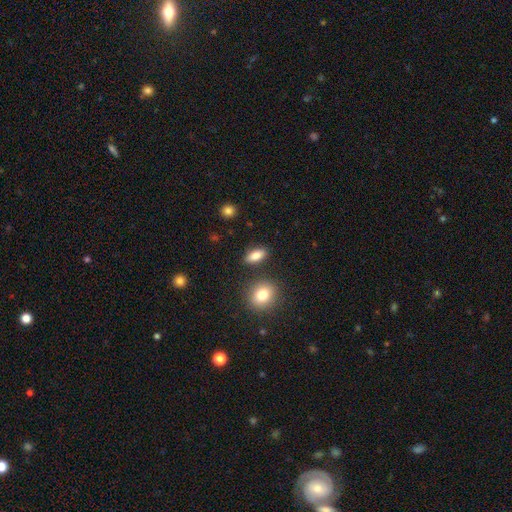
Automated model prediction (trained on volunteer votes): This appears to be a smooth galaxy with no disk features (83%) that is in between round and cigar-shaped (81%). Merging: none (86%).